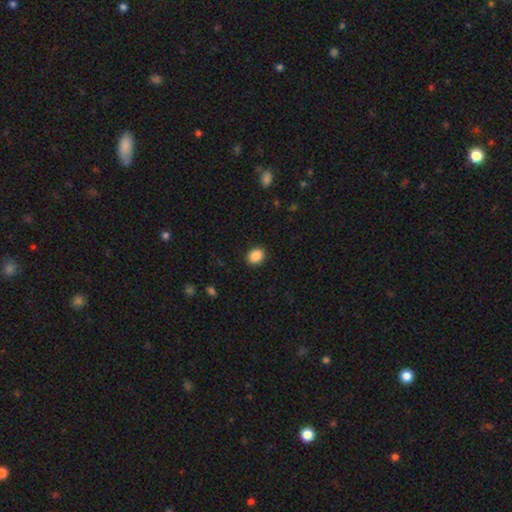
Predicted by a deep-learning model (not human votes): Smooth or featured: smooth — 88% (star or artifact — 8%)
How rounded: round — 51% (in between — 48%)
Merging: none — 91% (minor disturbance — 7%)